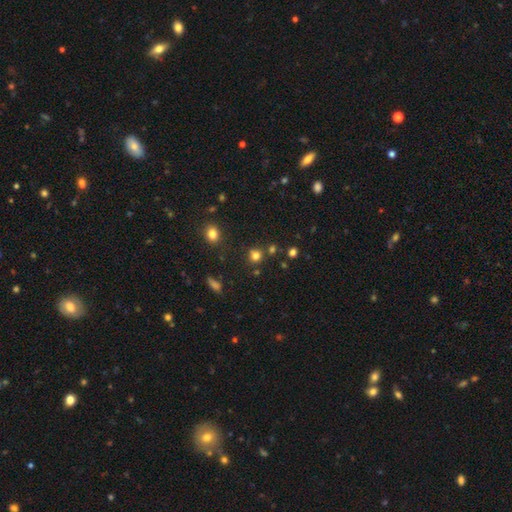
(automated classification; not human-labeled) A smooth galaxy with no disk features (76%) that is round (88%). Merging: none (77%).